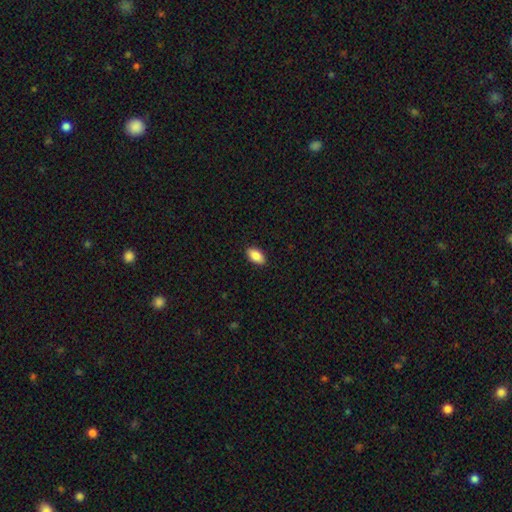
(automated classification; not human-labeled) Smooth or featured? smooth (88%)
How rounded? in between (93%)
Merging? none (90%)